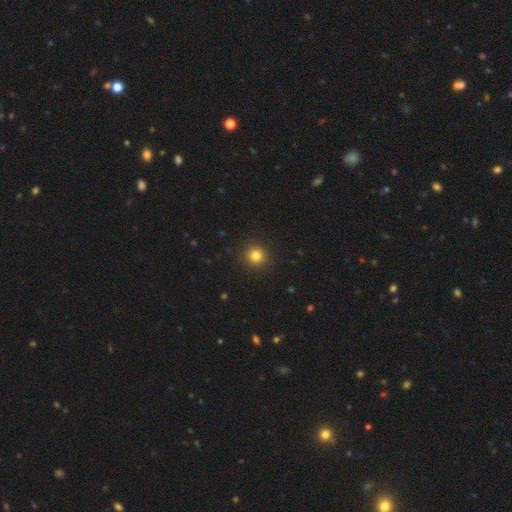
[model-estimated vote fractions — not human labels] smooth-or-featured: smooth: 82% | star or artifact: 13% | featured or disk: 5%
  how-rounded: round: 94% | in between: 5% | cigar-shaped: 1%
  merging: none: 92% | minor disturbance: 5% | major disturbance: 2% | merger: 1%